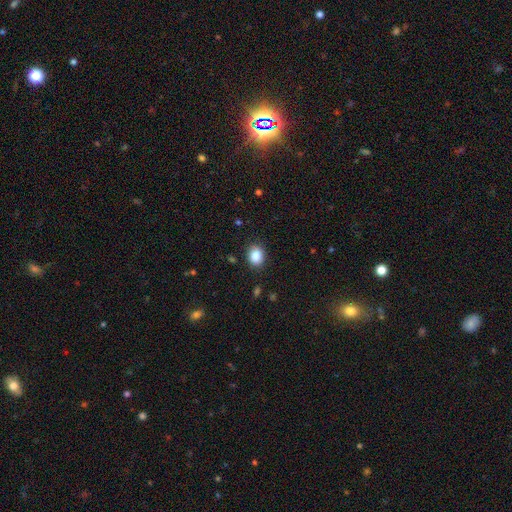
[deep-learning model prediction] Smooth or featured?
  - smooth: 86% *
  - star or artifact: 9%
  - featured or disk: 5%
How rounded?
  - round: 50% *
  - in between: 49%
  - cigar-shaped: 1%
Merging?
  - none: 85% *
  - minor disturbance: 11%
  - major disturbance: 3%
  - merger: 1%